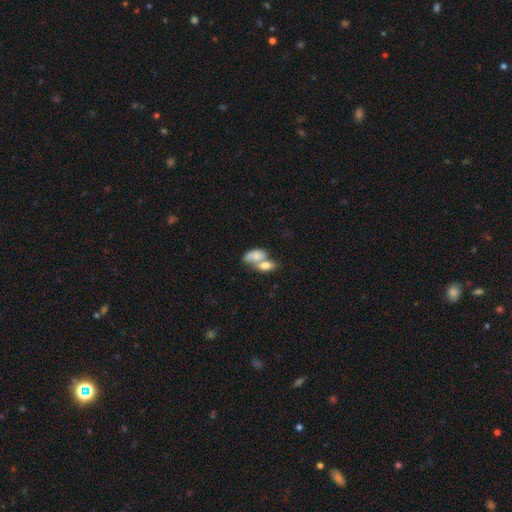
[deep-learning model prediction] smooth-or-featured: smooth: 66% | featured or disk: 26% | star or artifact: 8%
  how-rounded: in between: 87% | round: 9% | cigar-shaped: 4%
  merging: merger: 70% | none: 15% | minor disturbance: 8% | major disturbance: 7%